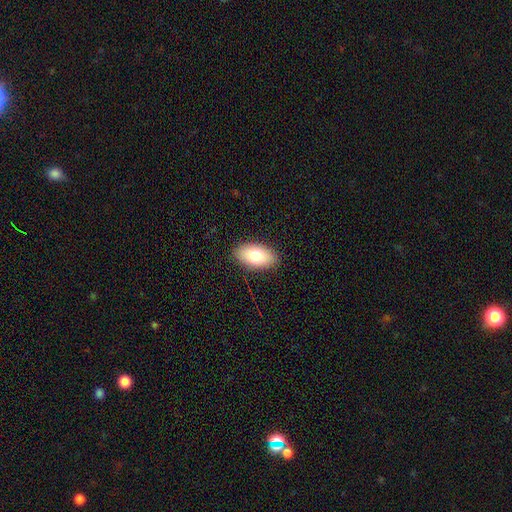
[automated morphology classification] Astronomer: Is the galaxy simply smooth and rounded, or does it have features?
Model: smooth — 80%.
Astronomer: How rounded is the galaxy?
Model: in between — 94%.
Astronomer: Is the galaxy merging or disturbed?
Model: none — 89%.